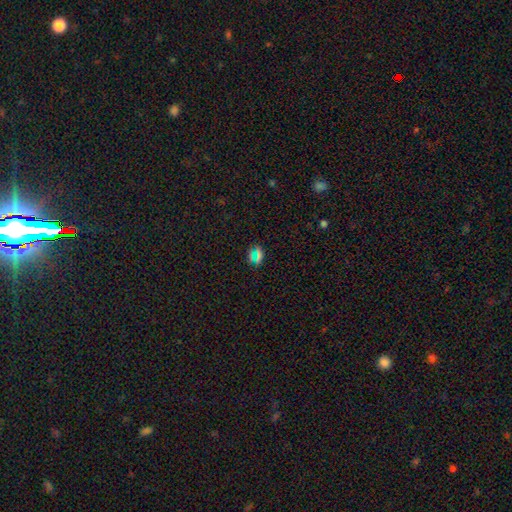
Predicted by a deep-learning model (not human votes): Overall: smooth (54%; star or artifact 37%). How rounded: in between (54%; round 36%). Merging: none (74%).